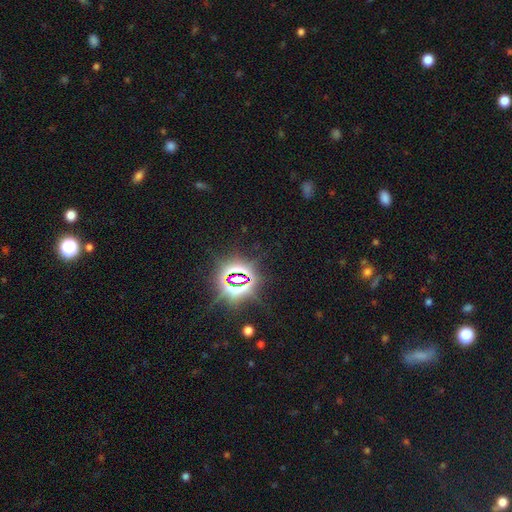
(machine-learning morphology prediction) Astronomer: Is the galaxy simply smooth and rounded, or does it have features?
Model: star or artifact — 81%.